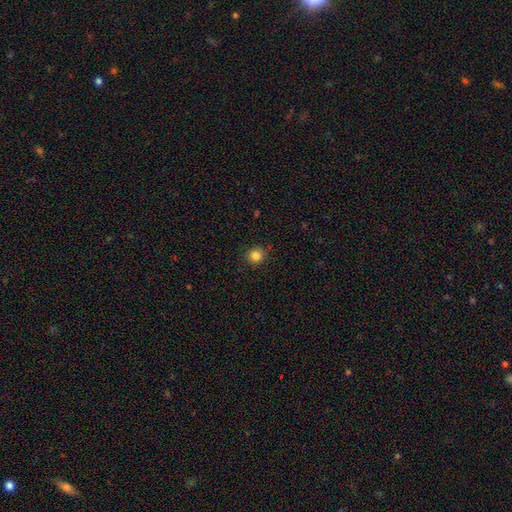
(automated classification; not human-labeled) Smooth or featured? smooth (83%)
How rounded? round (89%)
Merging? none (88%)